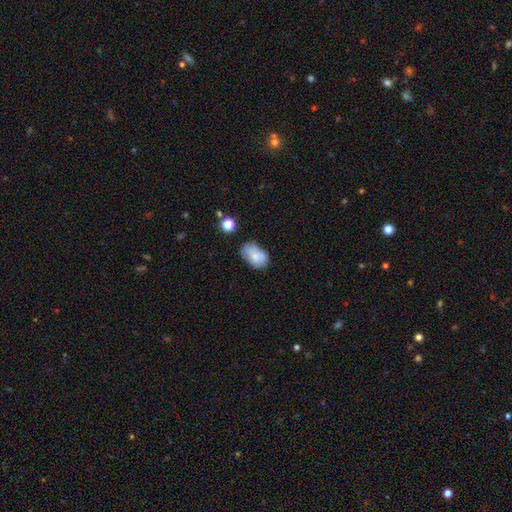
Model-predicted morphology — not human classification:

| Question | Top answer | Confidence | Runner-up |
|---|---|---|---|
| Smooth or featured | smooth | 71% | featured or disk (21%) |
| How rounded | in between | 87% | round (12%) |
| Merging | none | 54% | minor disturbance (30%) |